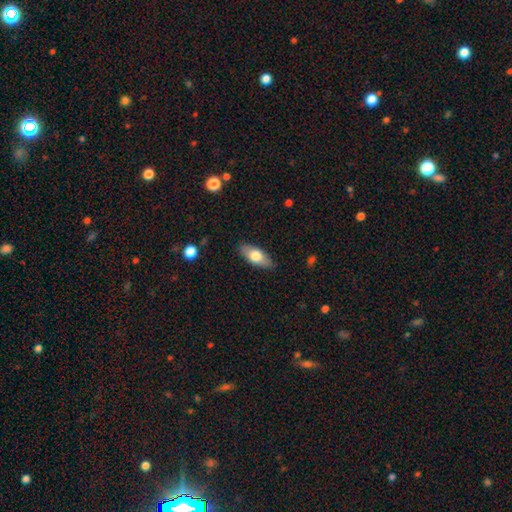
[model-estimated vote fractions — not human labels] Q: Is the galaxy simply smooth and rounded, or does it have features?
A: smooth — 70%.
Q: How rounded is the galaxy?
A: in between — 83%.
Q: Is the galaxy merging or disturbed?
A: none — 86%.